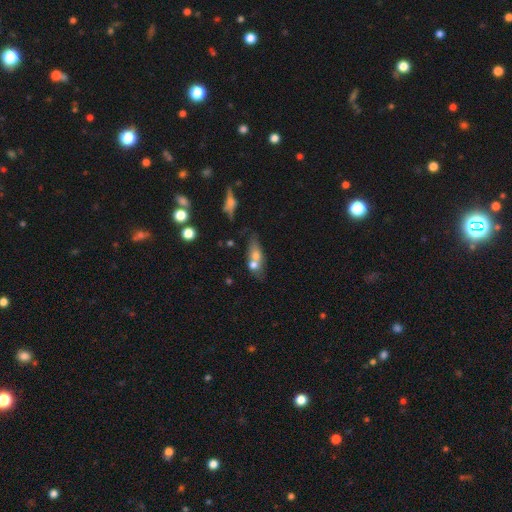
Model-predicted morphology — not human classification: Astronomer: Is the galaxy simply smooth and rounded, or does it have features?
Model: smooth — 60%.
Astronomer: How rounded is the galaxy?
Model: in between — 57%.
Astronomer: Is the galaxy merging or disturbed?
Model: merger — 56%.